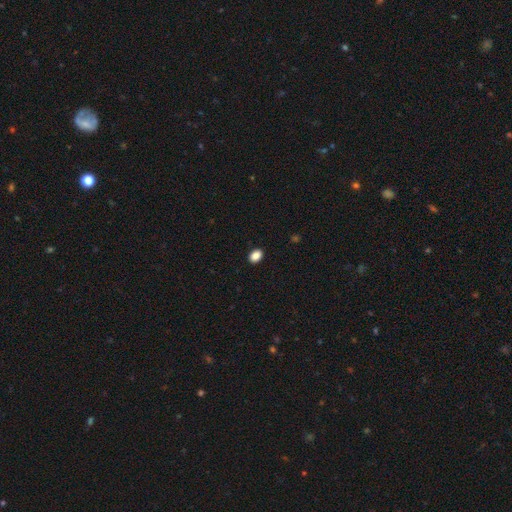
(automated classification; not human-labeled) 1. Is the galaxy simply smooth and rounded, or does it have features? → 88% smooth, 9% star or artifact, 3% featured or disk.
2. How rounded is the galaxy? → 74% in between, 25% round, 1% cigar-shaped.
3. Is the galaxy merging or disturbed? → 91% none, 6% minor disturbance, 2% major disturbance, 1% merger.